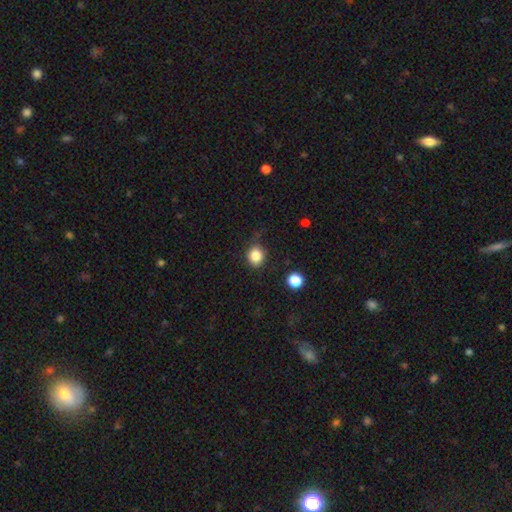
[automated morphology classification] The model was most divided on "how rounded": round: 80%, in between: 20%, cigar-shaped: 1%. More confident: smooth or featured — smooth (84%); merging — none (77%).